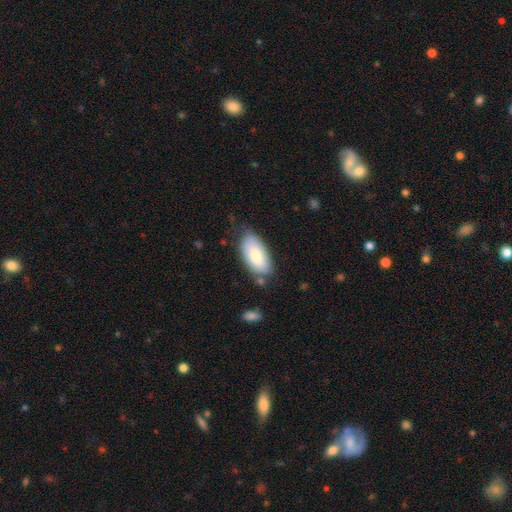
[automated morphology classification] smooth-or-featured: smooth: 79% | featured or disk: 15% | star or artifact: 6%
  how-rounded: in between: 93% | cigar-shaped: 5% | round: 2%
  merging: none: 68% | minor disturbance: 22% | major disturbance: 5% | merger: 4%